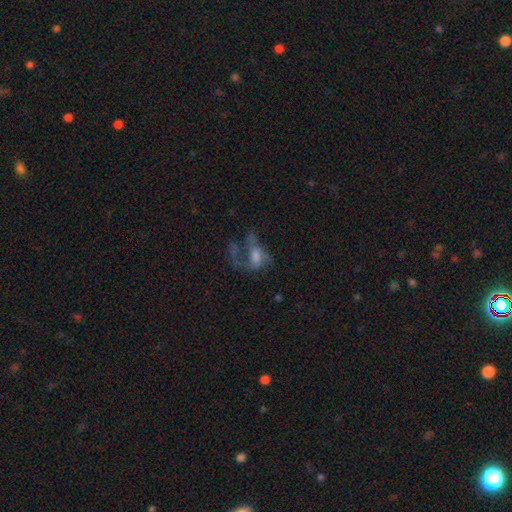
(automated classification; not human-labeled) This appears to be a featured or disk galaxy (57%) with no bar (61%), spiral arms (57%) and a moderate central bulge (38%). Merging: major disturbance (53%).